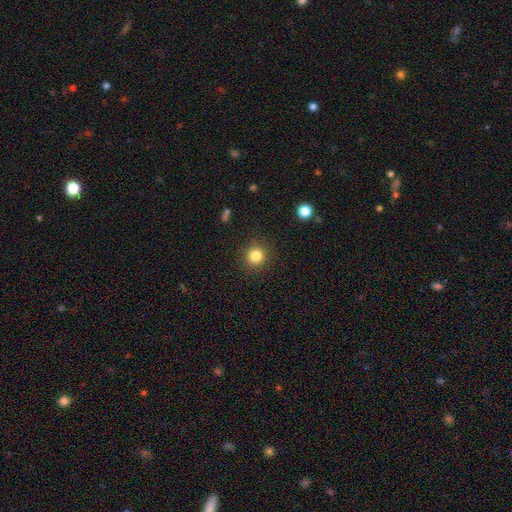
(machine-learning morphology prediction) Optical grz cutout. It shows a smooth galaxy with no disk features (83%) that is round (92%). Merging: none (90%).